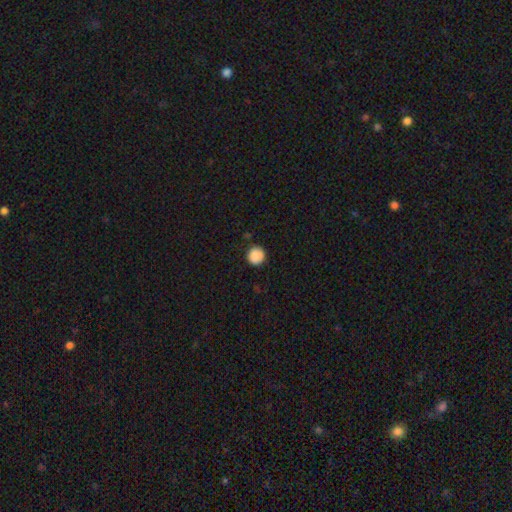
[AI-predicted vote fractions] Q: Smooth or featured?
A: smooth (87%); runner-up: star or artifact (9%)
Q: How rounded?
A: round (91%); runner-up: in between (8%)
Q: Merging?
A: none (85%); runner-up: minor disturbance (11%)